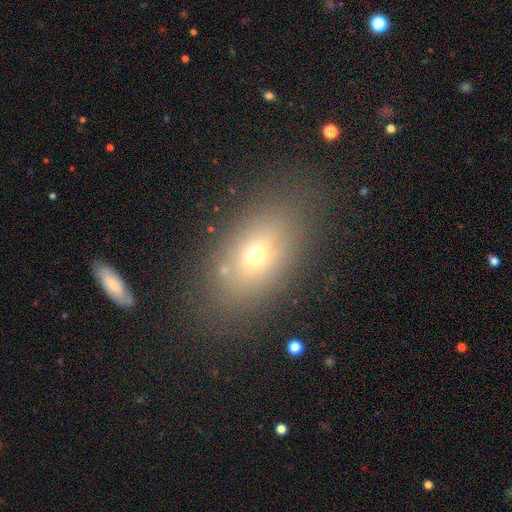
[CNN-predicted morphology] smooth 63%, featured or disk 21%, star or artifact 16%. Down the decision tree: how rounded — in between (83%); merging — none (78%).